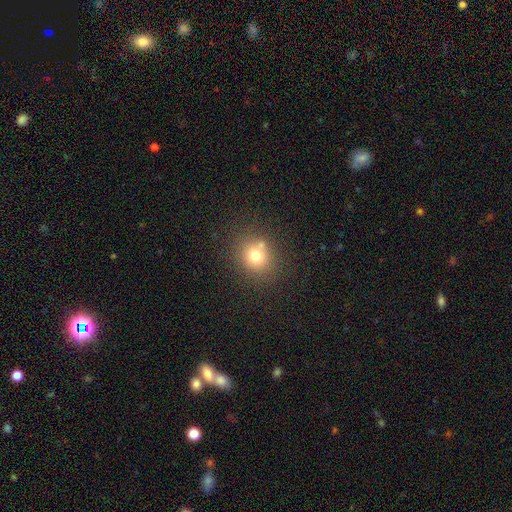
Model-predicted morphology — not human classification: Q: Smooth or featured?
A: smooth (73%); runner-up: star or artifact (15%)
Q: How rounded?
A: round (79%); runner-up: in between (21%)
Q: Merging?
A: none (71%); runner-up: merger (14%)